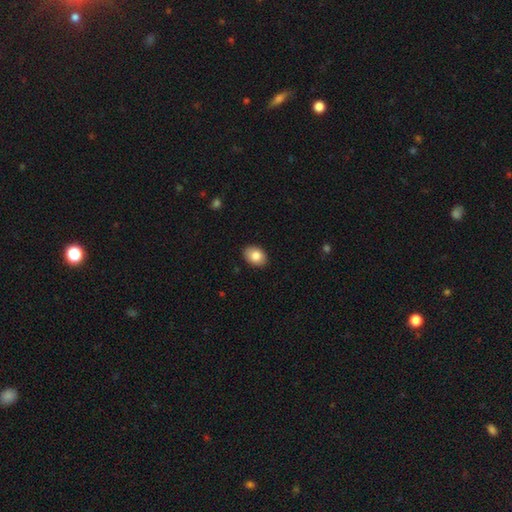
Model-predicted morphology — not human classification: Smooth or featured?
  - smooth: 85% *
  - featured or disk: 8%
  - star or artifact: 7%
How rounded?
  - in between: 80% *
  - round: 19%
  - cigar-shaped: 1%
Merging?
  - none: 89% *
  - minor disturbance: 8%
  - major disturbance: 2%
  - merger: 1%